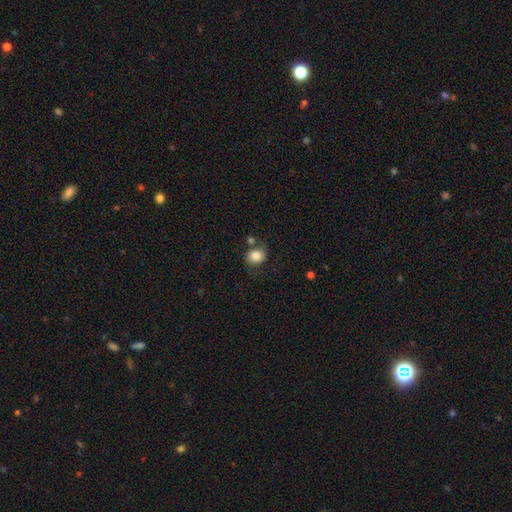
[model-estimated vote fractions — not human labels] smooth 82%, featured or disk 10%, star or artifact 9%. Down the decision tree: how rounded — round (67%); merging — none (59%).